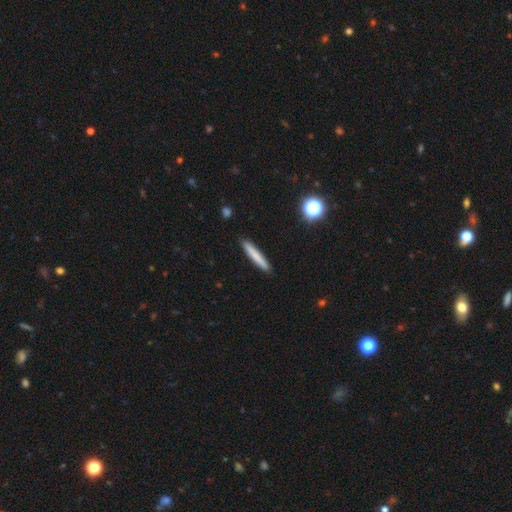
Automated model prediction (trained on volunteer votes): Smooth or featured? Predicted: smooth (p=0.77). How rounded? Predicted: cigar-shaped (p=0.95). Merging? Predicted: none (p=0.91).